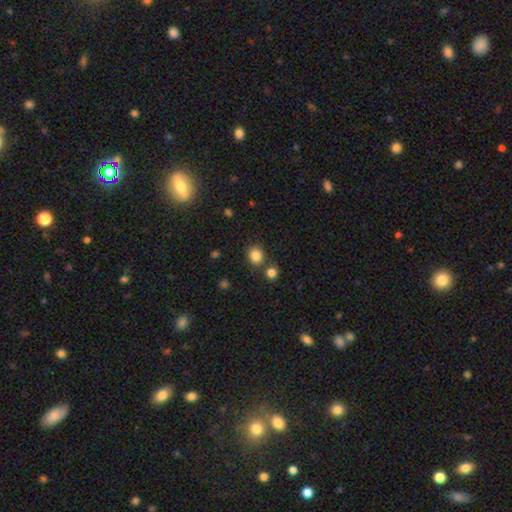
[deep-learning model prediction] Smooth or featured: smooth — 84% (star or artifact — 11%)
How rounded: round — 77% (in between — 22%)
Merging: none — 74% (merger — 13%)